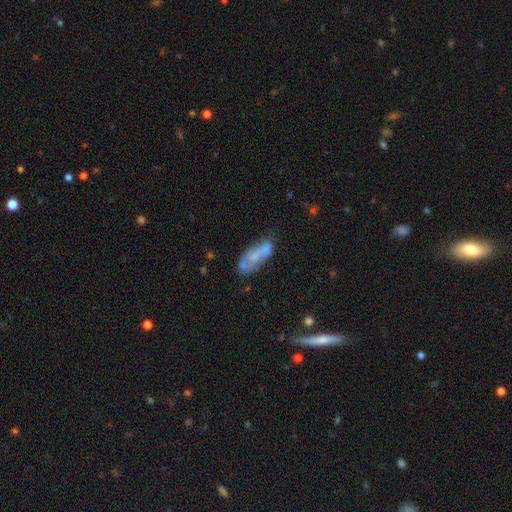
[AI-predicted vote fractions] Smooth or featured? Predicted: smooth (p=0.49). Merging? Predicted: none (p=0.53).